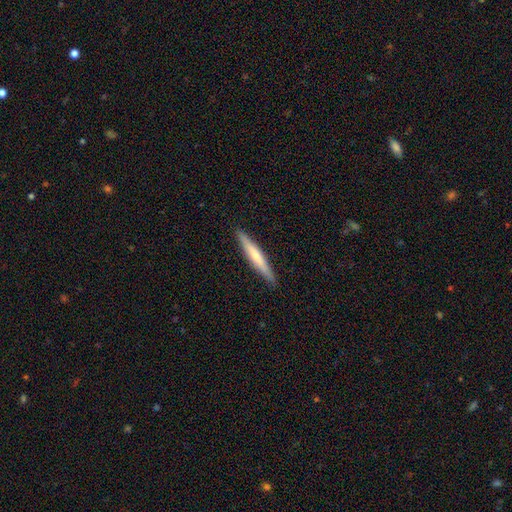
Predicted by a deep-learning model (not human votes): A smooth galaxy with no disk features (51%) that is cigar-shaped (95%).

Vote fractions:
- Smooth or featured? smooth: 51% / featured or disk: 44% / star or artifact: 5%
- How rounded? cigar-shaped: 95% / in between: 4% / round: 1%
- Merging? none: 91% / minor disturbance: 7% / major disturbance: 1% / merger: 1%